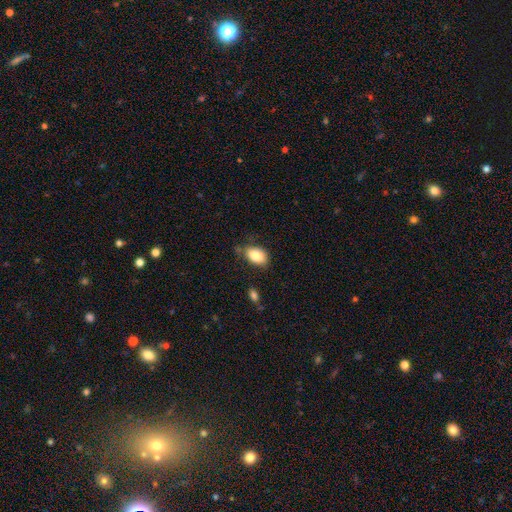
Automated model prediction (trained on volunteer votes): Q: Smooth or featured?
A: smooth (84%); runner-up: featured or disk (8%)
Q: How rounded?
A: in between (89%); runner-up: round (10%)
Q: Merging?
A: none (69%); runner-up: minor disturbance (22%)